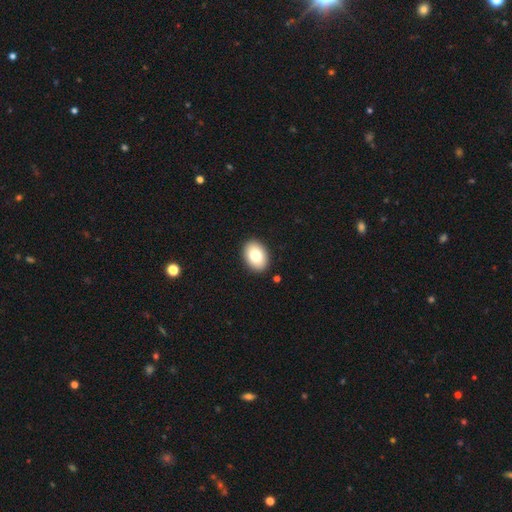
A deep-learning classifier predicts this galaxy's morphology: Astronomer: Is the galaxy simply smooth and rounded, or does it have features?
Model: smooth — 79%.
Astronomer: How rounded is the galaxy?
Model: in between — 82%.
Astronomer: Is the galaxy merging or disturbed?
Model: none — 90%.